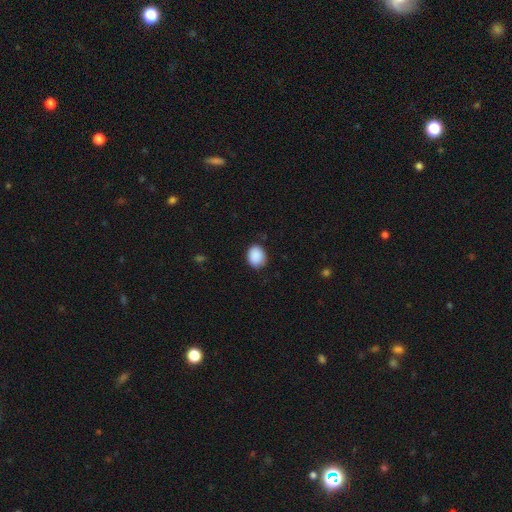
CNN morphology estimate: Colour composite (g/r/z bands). It shows a smooth galaxy with no disk features (89%) that is in between round and cigar-shaped (52%). Merging: none (80%).